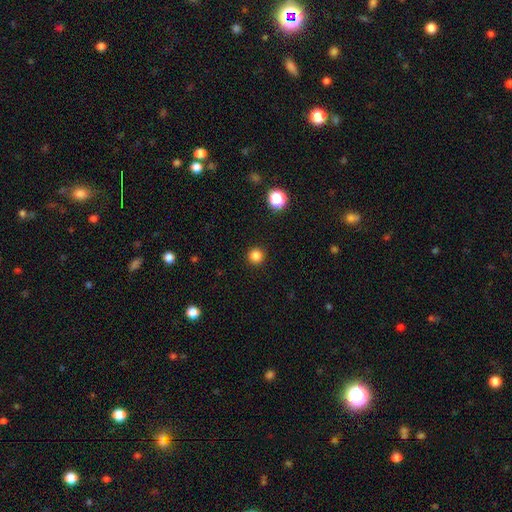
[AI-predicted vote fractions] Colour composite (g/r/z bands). It shows a smooth galaxy with no disk features (83%) that is round (96%). Merging: none (92%).